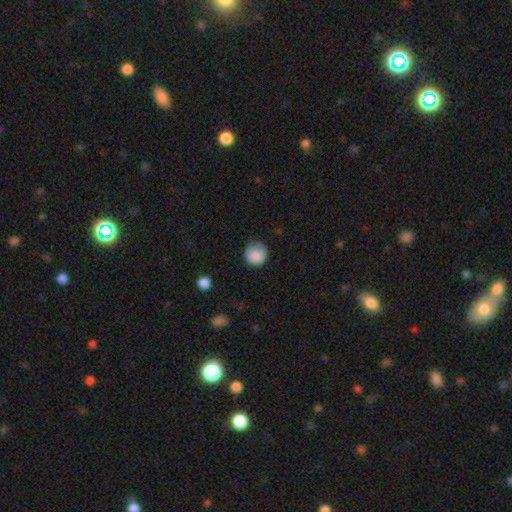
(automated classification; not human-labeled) A smooth galaxy with no disk features (85%) that is round (91%).

Vote fractions:
- Smooth or featured? smooth: 85% / star or artifact: 8% / featured or disk: 7%
- How rounded? round: 91% / in between: 8% / cigar-shaped: 1%
- Merging? none: 70% / minor disturbance: 21% / major disturbance: 7% / merger: 1%